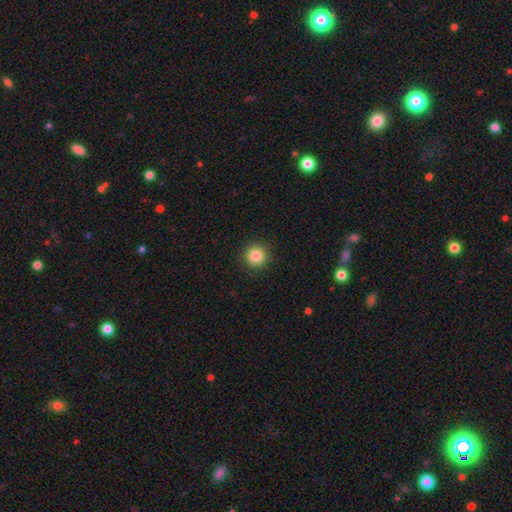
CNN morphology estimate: Overall: smooth (85%). How rounded: round (95%). Merging: none (92%).